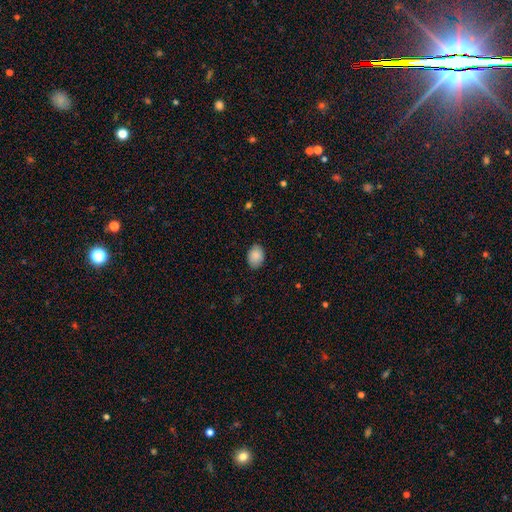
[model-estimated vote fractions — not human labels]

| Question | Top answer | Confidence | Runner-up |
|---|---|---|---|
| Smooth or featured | smooth | 89% | star or artifact (7%) |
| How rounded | in between | 74% | round (25%) |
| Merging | none | 86% | minor disturbance (11%) |